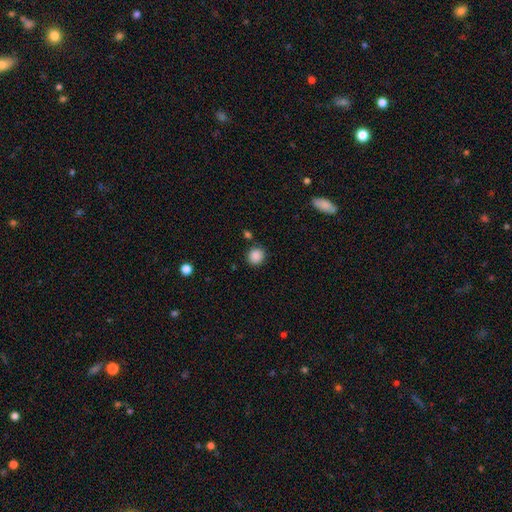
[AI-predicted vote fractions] Smooth or featured: smooth — 88% (star or artifact — 9%)
How rounded: round — 83% (in between — 16%)
Merging: none — 84% (minor disturbance — 9%)